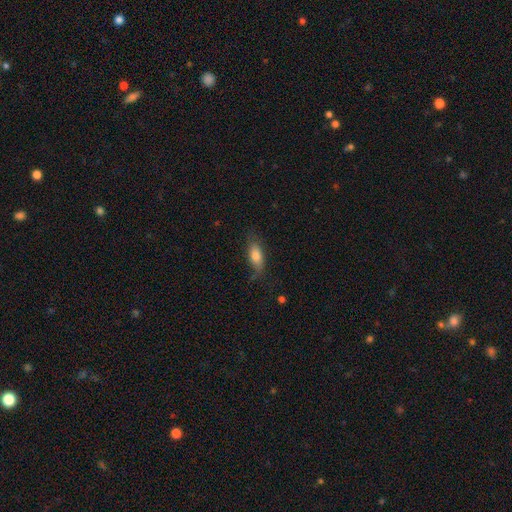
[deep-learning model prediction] This is likely a smooth galaxy (74%). How rounded: likely in between (80%). Merging: likely none (62%).